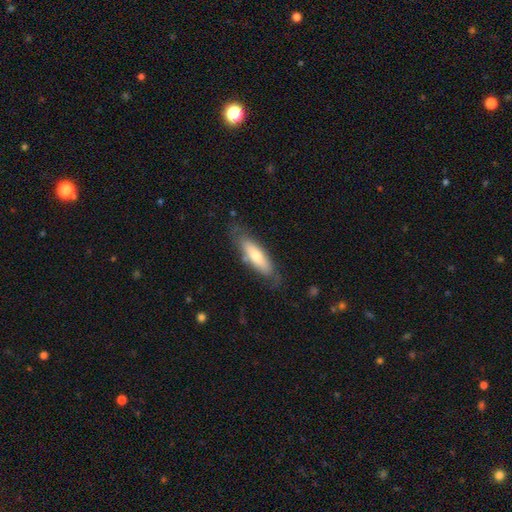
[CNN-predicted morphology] Smooth or featured?
  - smooth: 59% *
  - featured or disk: 35%
  - star or artifact: 6%
How rounded?
  - cigar-shaped: 50% *
  - in between: 48%
  - round: 2%
Merging?
  - none: 70% *
  - minor disturbance: 21%
  - major disturbance: 7%
  - merger: 2%